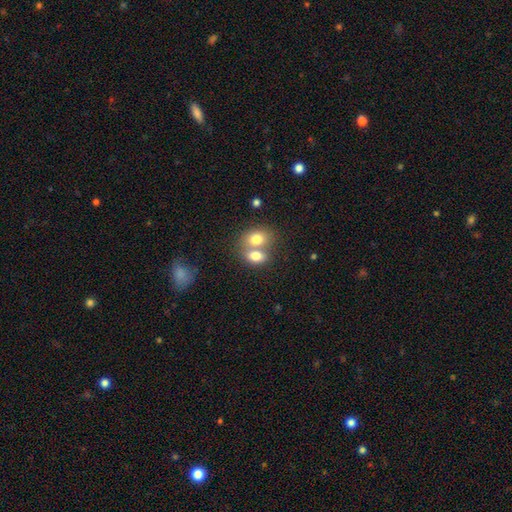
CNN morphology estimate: A smooth galaxy with no disk features (76%) that is in between round and cigar-shaped (66%). Merging: merger (66%).